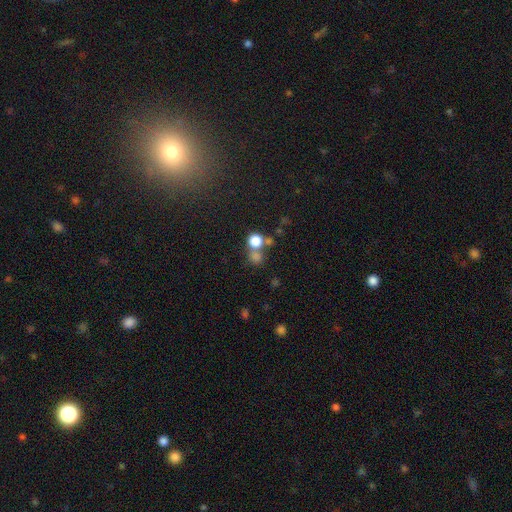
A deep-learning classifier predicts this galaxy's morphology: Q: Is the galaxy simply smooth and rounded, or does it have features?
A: smooth — 74%.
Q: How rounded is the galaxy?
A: round — 84%.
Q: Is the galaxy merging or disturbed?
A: none — 51%.